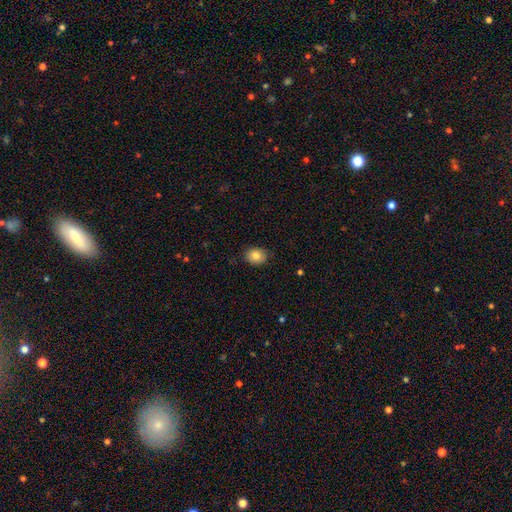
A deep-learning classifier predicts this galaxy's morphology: This is clearly a smooth galaxy (82%). How rounded: possibly round (54%). Merging: clearly none (86%).